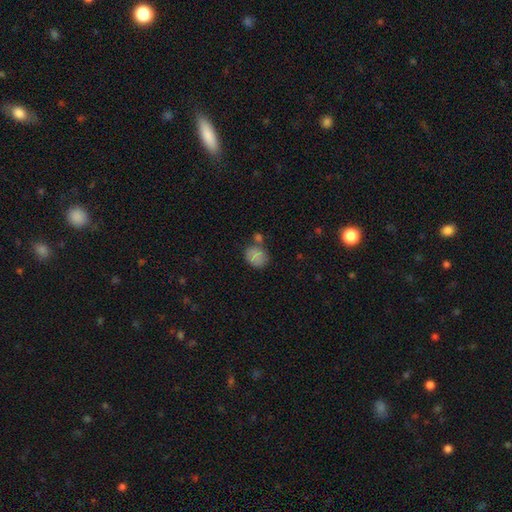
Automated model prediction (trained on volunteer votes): A smooth galaxy with no disk features (84%) that is round (55%). Merging: none (59%).